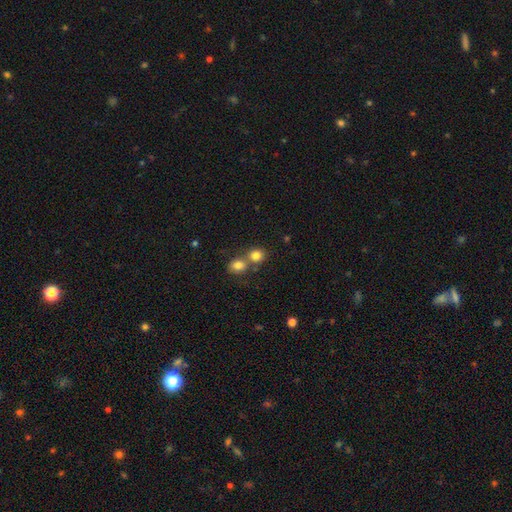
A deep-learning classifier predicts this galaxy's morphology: Smooth or featured? Predicted: smooth (p=0.81). How rounded? Predicted: round (p=0.74). Merging? Predicted: merger (p=0.48).